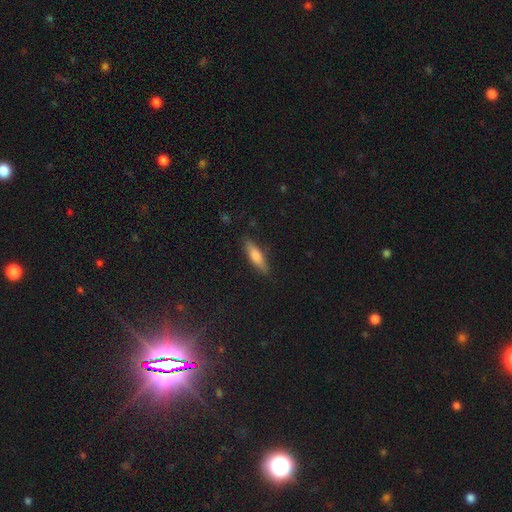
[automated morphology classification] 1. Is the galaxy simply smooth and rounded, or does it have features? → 69% smooth, 24% featured or disk, 7% star or artifact.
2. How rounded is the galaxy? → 65% cigar-shaped, 32% in between, 2% round.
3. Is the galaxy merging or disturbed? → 84% none, 12% minor disturbance, 3% major disturbance, 1% merger.